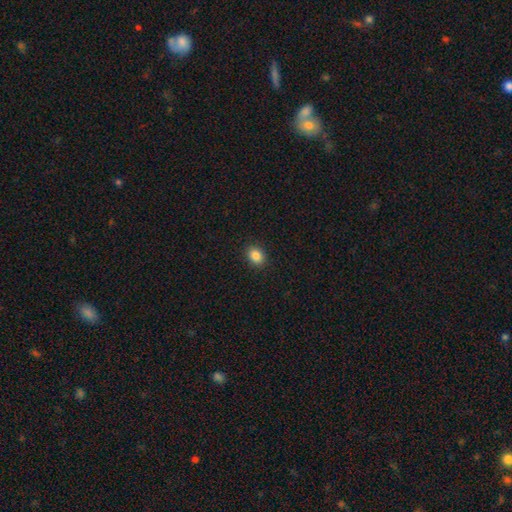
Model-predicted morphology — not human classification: Smooth or featured?
  - smooth: 86% *
  - star or artifact: 10%
  - featured or disk: 5%
How rounded?
  - in between: 58% *
  - round: 42%
  - cigar-shaped: 1%
Merging?
  - none: 90% *
  - minor disturbance: 7%
  - major disturbance: 2%
  - merger: 1%